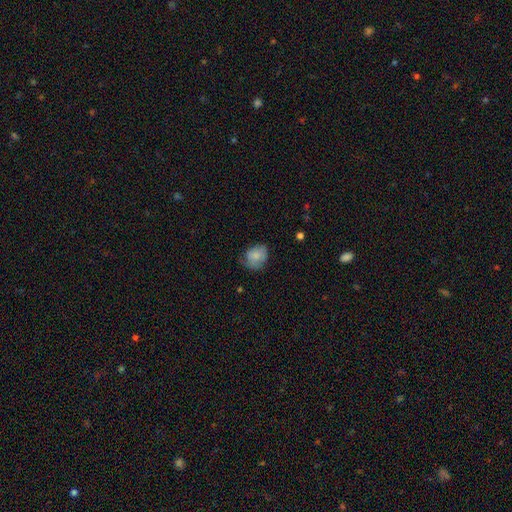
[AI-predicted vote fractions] A smooth galaxy with no disk features (79%) that is in between round and cigar-shaped (51%). Merging: none (56%).